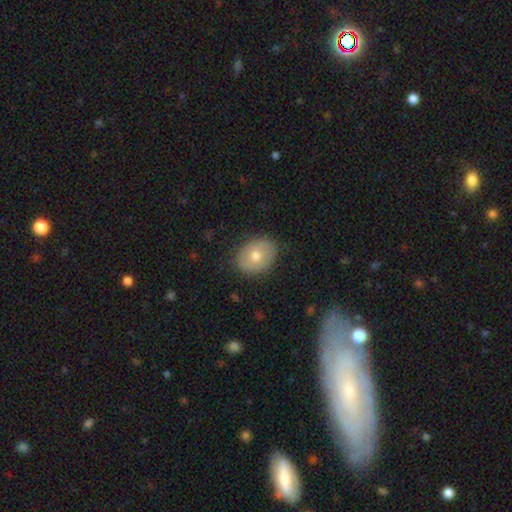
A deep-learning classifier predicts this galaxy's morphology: A smooth galaxy with no disk features (68%) that is in between round and cigar-shaped (61%). Merging: none (86%).